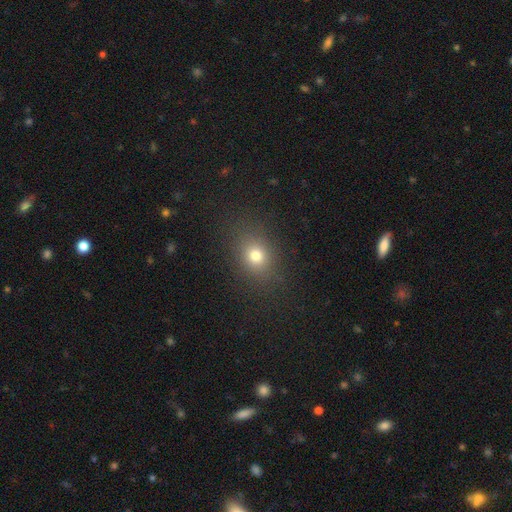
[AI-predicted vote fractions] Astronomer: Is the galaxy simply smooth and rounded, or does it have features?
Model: smooth — 76%.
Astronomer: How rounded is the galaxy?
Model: round — 53% (runner-up: in between, 46%).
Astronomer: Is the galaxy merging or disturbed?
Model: none — 85%.